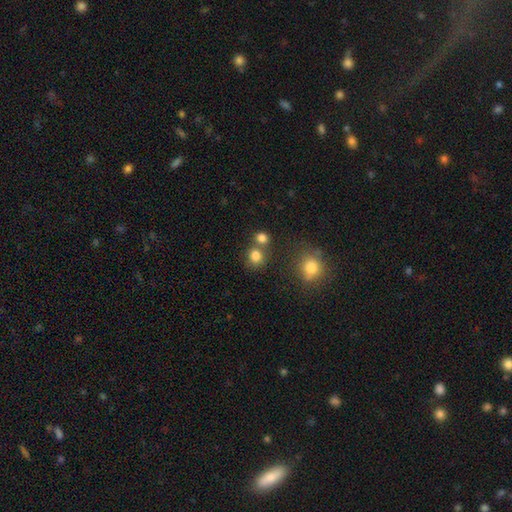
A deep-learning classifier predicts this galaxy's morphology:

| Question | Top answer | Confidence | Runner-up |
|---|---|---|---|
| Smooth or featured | smooth | 79% | star or artifact (14%) |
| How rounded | round | 81% | in between (18%) |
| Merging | none | 62% | merger (25%) |